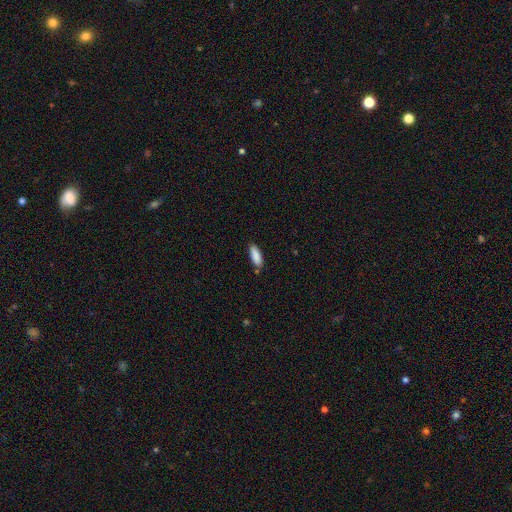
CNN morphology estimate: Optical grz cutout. It shows a smooth galaxy with no disk features (88%) that is in between round and cigar-shaped (65%). Merging: none (80%).